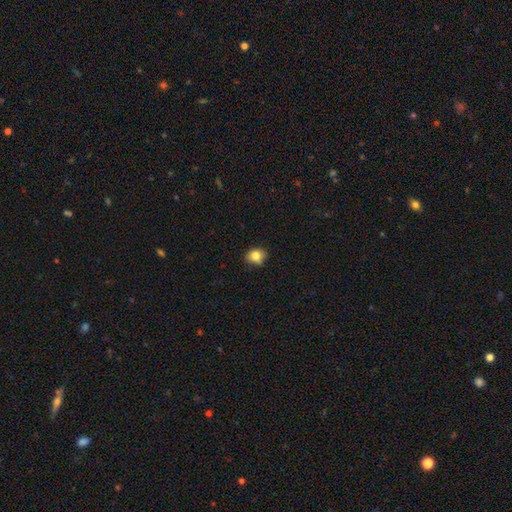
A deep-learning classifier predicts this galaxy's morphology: type=smooth (81%); roundness=round (64%); merging=none (75%).